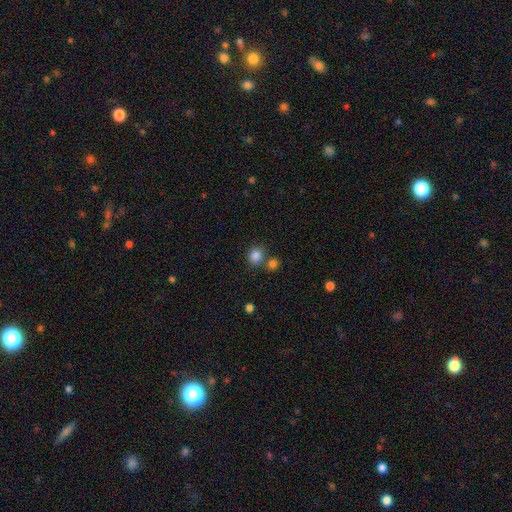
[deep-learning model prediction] Q: Smooth or featured?
A: smooth (84%); runner-up: star or artifact (11%)
Q: How rounded?
A: round (80%); runner-up: in between (19%)
Q: Merging?
A: none (65%); runner-up: merger (22%)